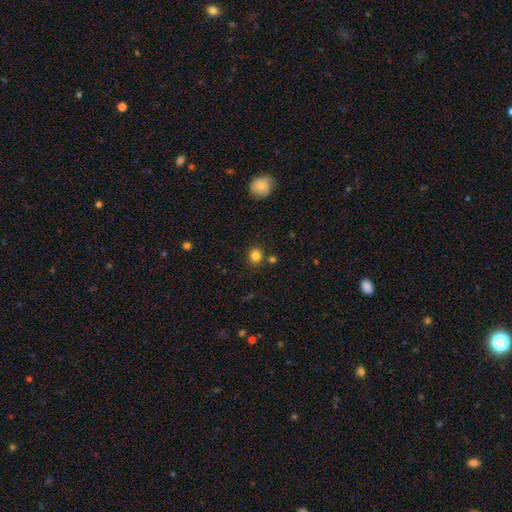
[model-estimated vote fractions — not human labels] Smooth or featured? smooth (83%)
How rounded? round (80%)
Merging? none (82%)